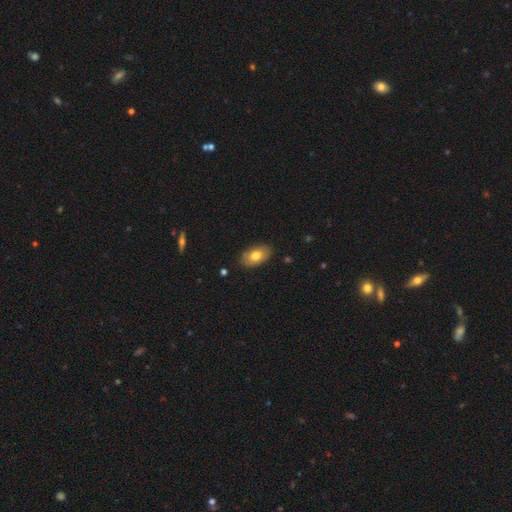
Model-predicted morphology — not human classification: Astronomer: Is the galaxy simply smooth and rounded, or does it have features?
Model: smooth — 74%.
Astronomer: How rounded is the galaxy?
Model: in between — 91%.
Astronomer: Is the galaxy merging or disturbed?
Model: none — 84%.